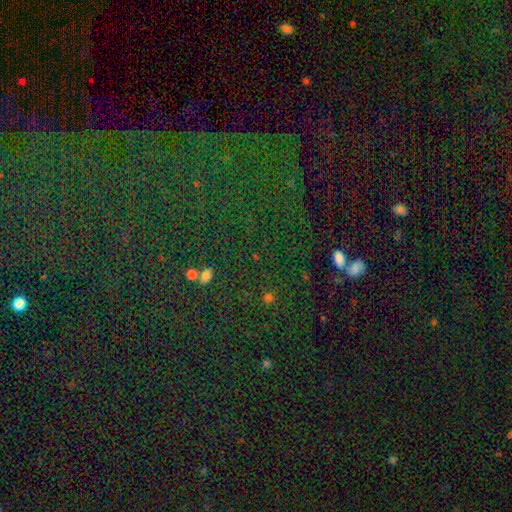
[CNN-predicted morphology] Smooth or featured?
  - star or artifact: 83% *
  - smooth: 10%
  - featured or disk: 7%